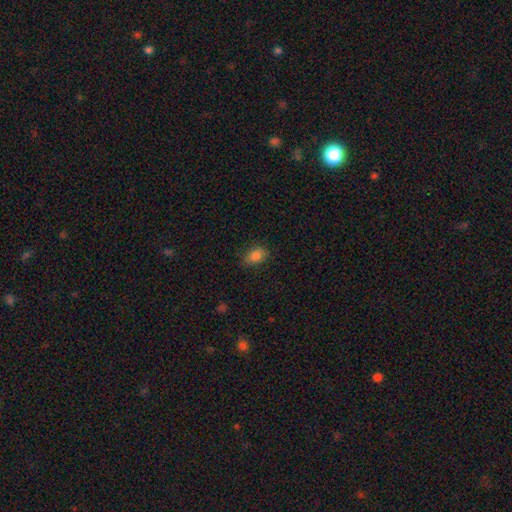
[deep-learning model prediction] Overall: smooth (83%). How rounded: in between (75%). Merging: none (79%).